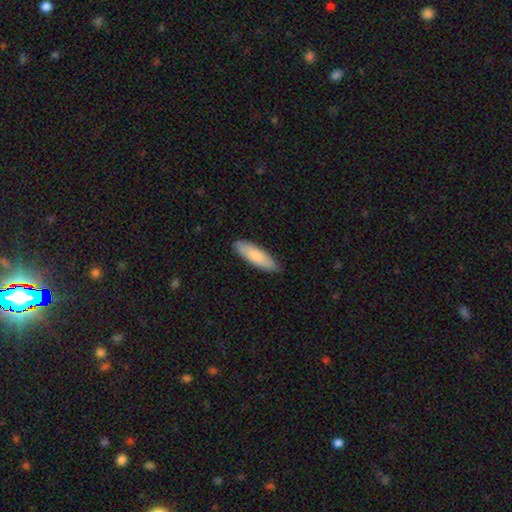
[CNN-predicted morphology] Smooth or featured: smooth — 82% (featured or disk — 13%)
How rounded: cigar-shaped — 50% (in between — 49%)
Merging: none — 85% (minor disturbance — 12%)